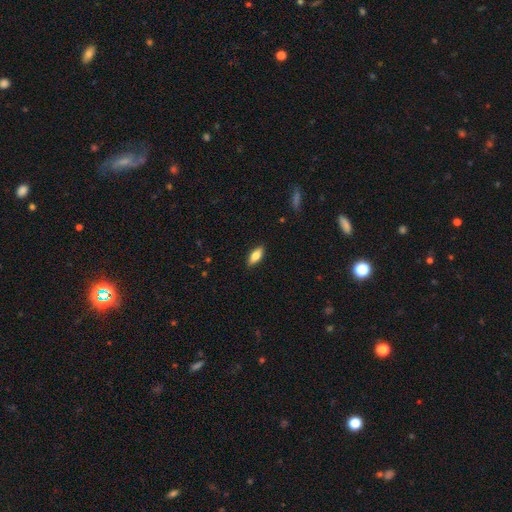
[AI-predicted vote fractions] This appears to be a smooth galaxy with no disk features (72%) that is in between round and cigar-shaped (73%). Merging: none (88%).